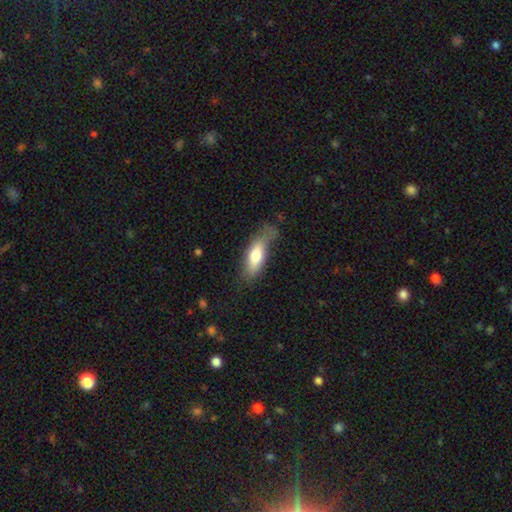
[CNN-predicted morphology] Smooth or featured?
  - smooth: 69% *
  - featured or disk: 25%
  - star or artifact: 6%
How rounded?
  - in between: 66% *
  - cigar-shaped: 31%
  - round: 3%
Merging?
  - none: 51% *
  - minor disturbance: 30%
  - major disturbance: 16%
  - merger: 3%